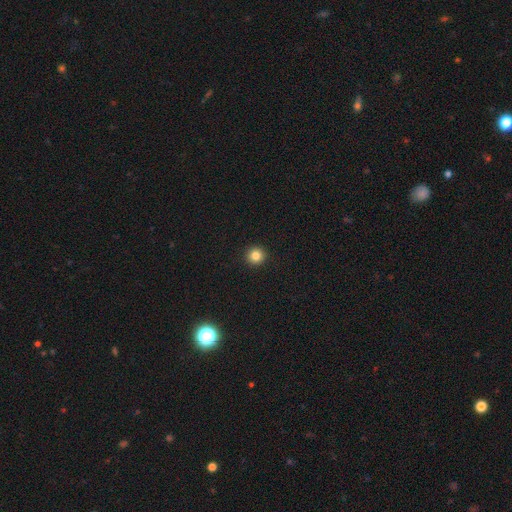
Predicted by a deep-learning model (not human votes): The model was most divided on "smooth or featured": smooth: 83%, star or artifact: 12%, featured or disk: 5%. More confident: how rounded — round (96%); merging — none (94%).